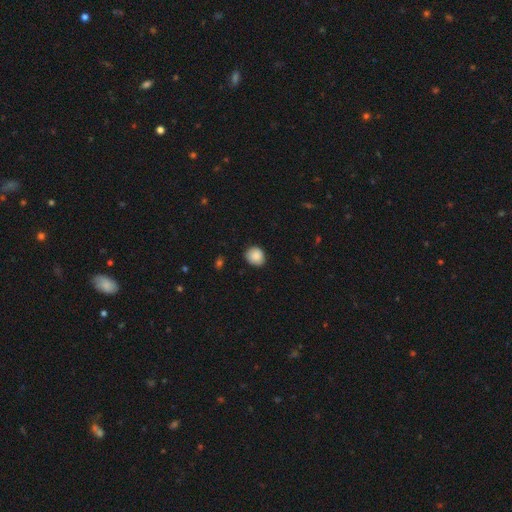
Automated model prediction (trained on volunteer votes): smooth-or-featured: smooth: 88% | star or artifact: 8% | featured or disk: 4%
  how-rounded: round: 76% | in between: 23% | cigar-shaped: 1%
  merging: none: 83% | minor disturbance: 14% | major disturbance: 2% | merger: 1%